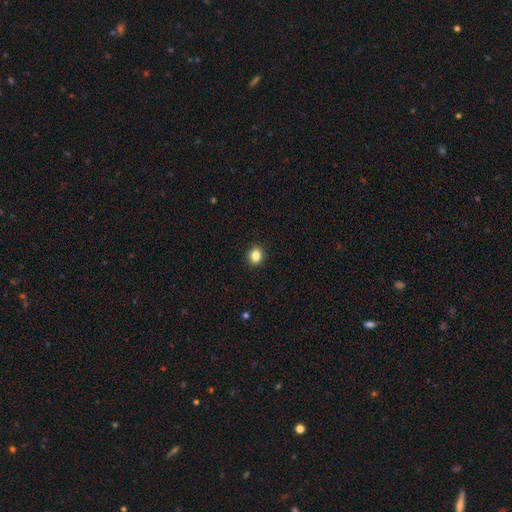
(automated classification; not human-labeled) A smooth galaxy with no disk features (85%) that is round (71%).

Vote fractions:
- Smooth or featured? smooth: 85% / star or artifact: 11% / featured or disk: 5%
- How rounded? round: 71% / in between: 28% / cigar-shaped: 1%
- Merging? none: 91% / minor disturbance: 6% / major disturbance: 2% / merger: 1%